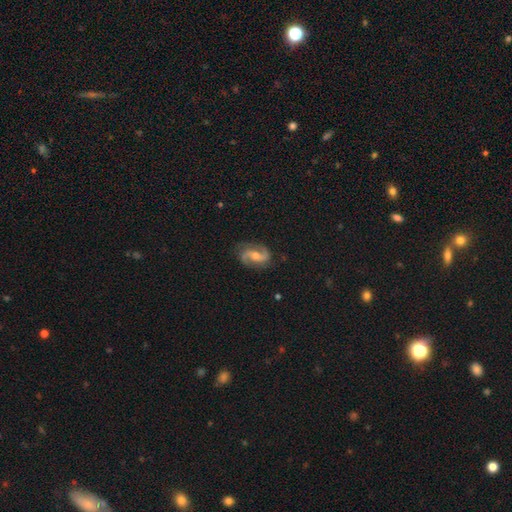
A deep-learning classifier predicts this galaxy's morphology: This is clearly a featured or disk galaxy (87%). It is clearly not viewed edge-on (97%). Bar: marginally no (44%). Spiral arm pattern: clearly yes (97%). Spiral arm count: clearly 2 (93%). Spiral winding: possibly medium (46%). Central bulge: likely moderate (62%). Merging: clearly none (82%).